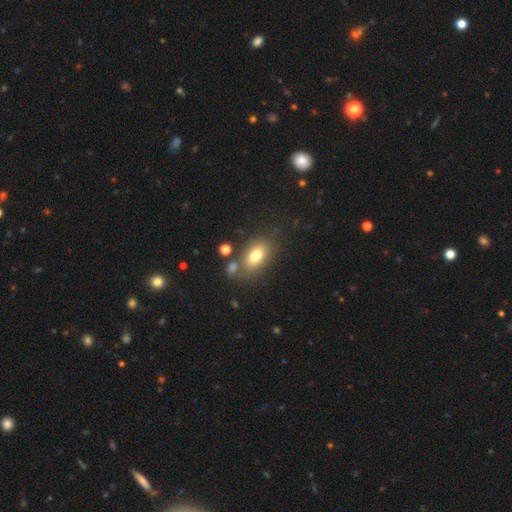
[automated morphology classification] Smooth or featured: smooth — 75% (featured or disk — 15%)
How rounded: in between — 85% (round — 11%)
Merging: none — 70% (minor disturbance — 14%)